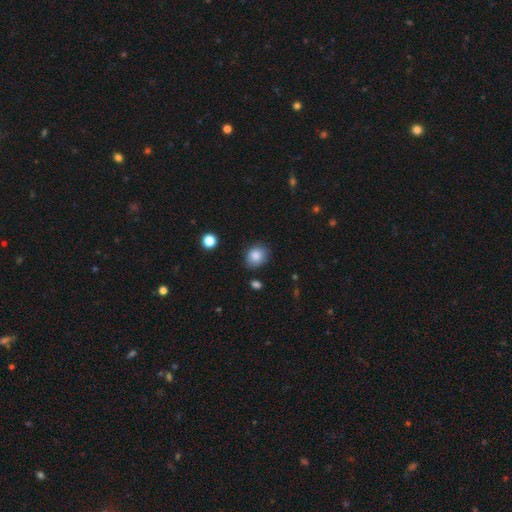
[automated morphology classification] smooth-or-featured: smooth: 86% | star or artifact: 9% | featured or disk: 6%
  how-rounded: round: 57% | in between: 42% | cigar-shaped: 1%
  merging: none: 79% | minor disturbance: 15% | major disturbance: 3% | merger: 2%